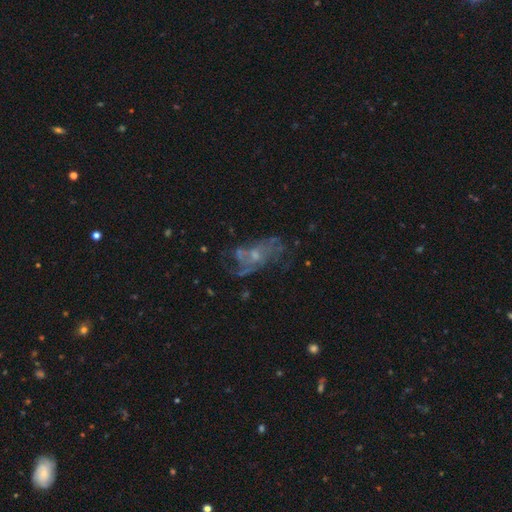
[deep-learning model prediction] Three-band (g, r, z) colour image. It shows a featured or disk galaxy (71%) with no bar (74%), spiral arms (68%) and a small central bulge (56%). Merging: none (49%).